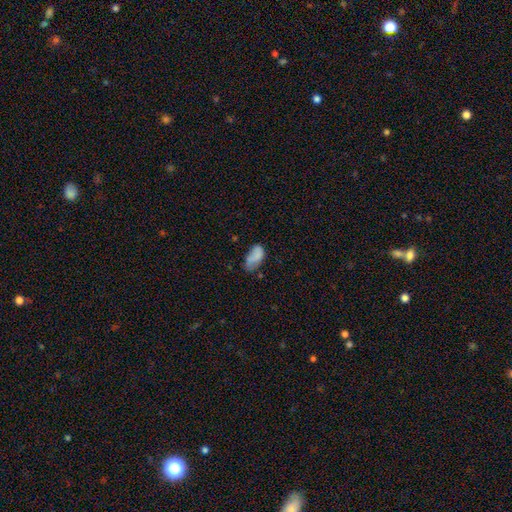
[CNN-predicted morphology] type=smooth (76%); roundness=in between (93%); merging=none (41%).